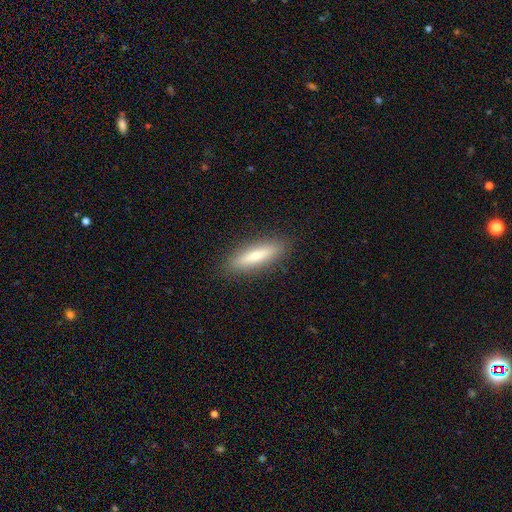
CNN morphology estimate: Smooth or featured?
  - smooth: 66% *
  - featured or disk: 28%
  - star or artifact: 7%
How rounded?
  - cigar-shaped: 72% *
  - in between: 26%
  - round: 2%
Merging?
  - none: 88% *
  - minor disturbance: 8%
  - major disturbance: 2%
  - merger: 1%